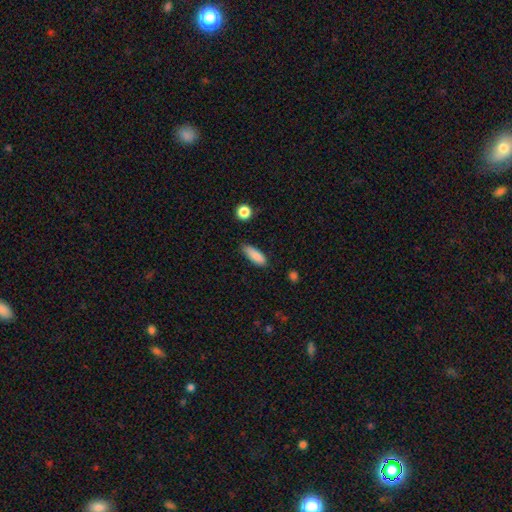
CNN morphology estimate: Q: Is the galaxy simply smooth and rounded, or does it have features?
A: smooth — 86%.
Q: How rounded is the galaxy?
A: in between — 62%.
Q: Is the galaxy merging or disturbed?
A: none — 74%.